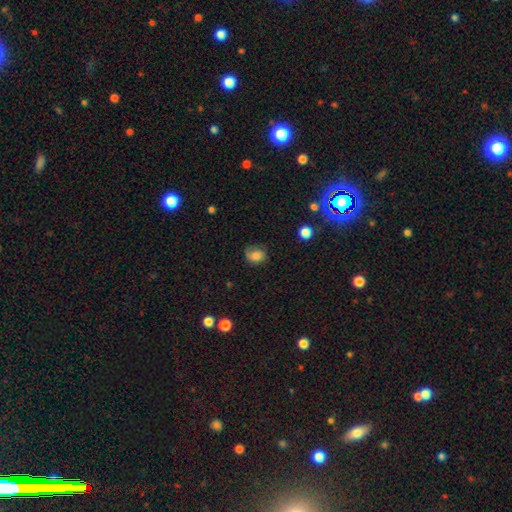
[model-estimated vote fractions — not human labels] A smooth galaxy with no disk features (66%) that is round (55%). Merging: none (63%).